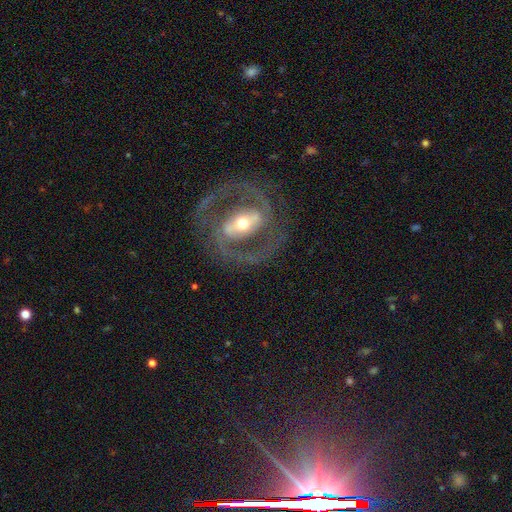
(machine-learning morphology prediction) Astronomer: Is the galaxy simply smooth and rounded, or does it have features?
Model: featured or disk — 83%.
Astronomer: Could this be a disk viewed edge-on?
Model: no — 92%.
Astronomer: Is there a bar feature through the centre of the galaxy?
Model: strong — 64%.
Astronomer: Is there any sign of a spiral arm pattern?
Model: yes — 85%.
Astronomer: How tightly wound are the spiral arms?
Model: medium — 48% (runner-up: tight, 39%).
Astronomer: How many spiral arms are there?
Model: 2 — 86%.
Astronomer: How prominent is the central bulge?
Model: moderate — 57% (runner-up: small, 33%).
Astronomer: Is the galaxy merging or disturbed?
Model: none — 79%.